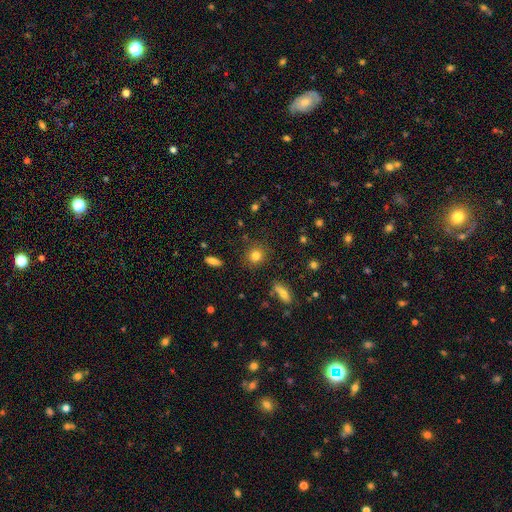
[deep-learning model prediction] Smooth or featured? smooth (80%)
How rounded? round (85%)
Merging? none (86%)